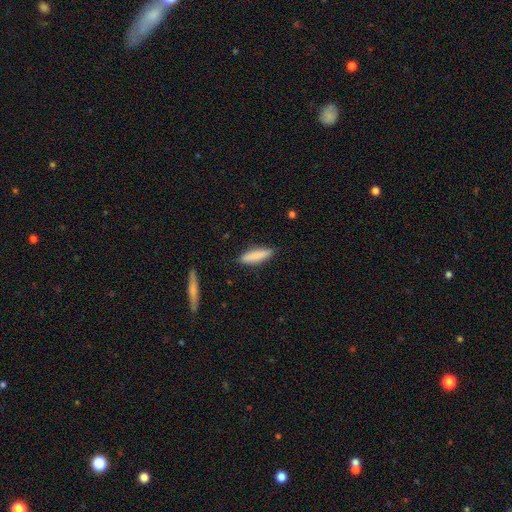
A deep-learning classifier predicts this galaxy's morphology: smooth 82%, featured or disk 12%, star or artifact 6%. Down the decision tree: how rounded — cigar-shaped (72%); merging — none (87%).